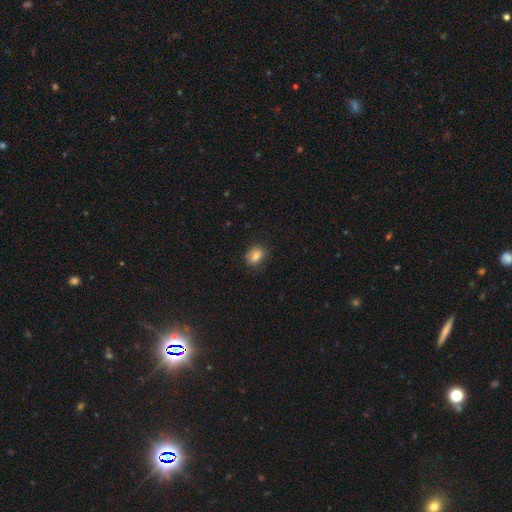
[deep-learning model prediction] smooth 82%, star or artifact 9%, featured or disk 8%. Down the decision tree: how rounded — in between (69%); merging — none (78%).